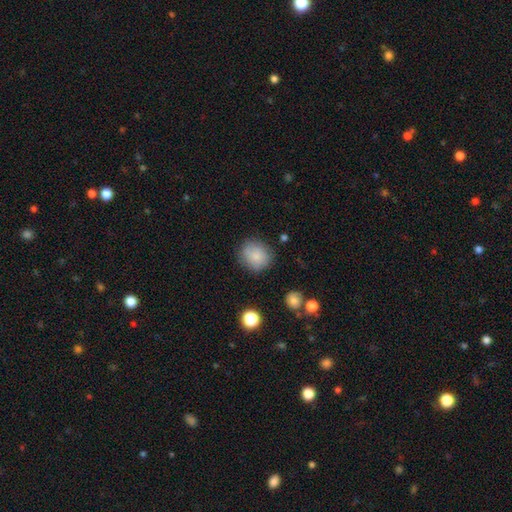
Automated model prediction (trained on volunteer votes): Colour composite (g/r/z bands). It shows a smooth galaxy with no disk features (83%) that is round (82%). Merging: none (81%).